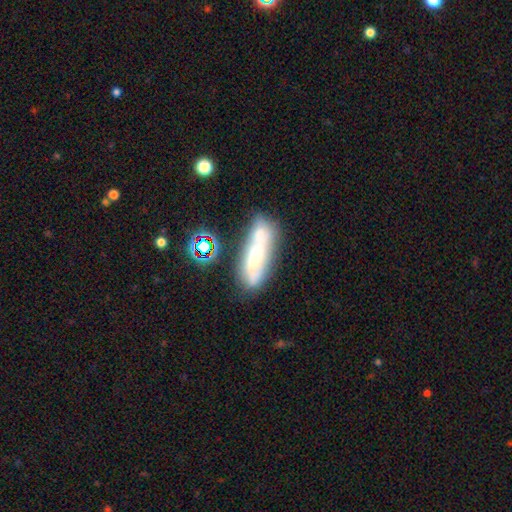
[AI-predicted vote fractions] Smooth or featured: featured or disk — 56% (smooth — 34%)
Edge-on disk: no — 74% (yes — 26%)
Merging: none — 58% (minor disturbance — 19%)